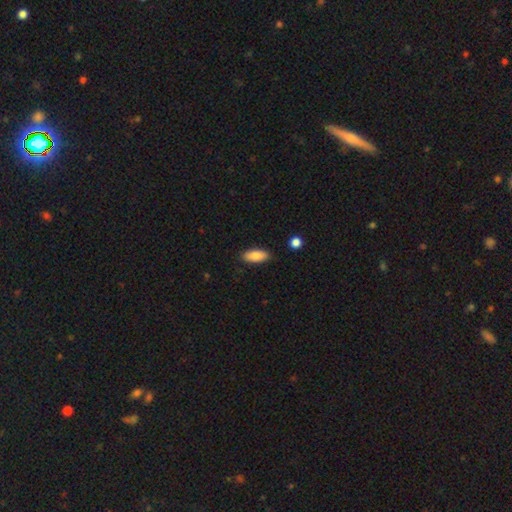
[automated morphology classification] This is clearly a smooth galaxy (88%). How rounded: clearly in between (85%). Merging: clearly none (87%).